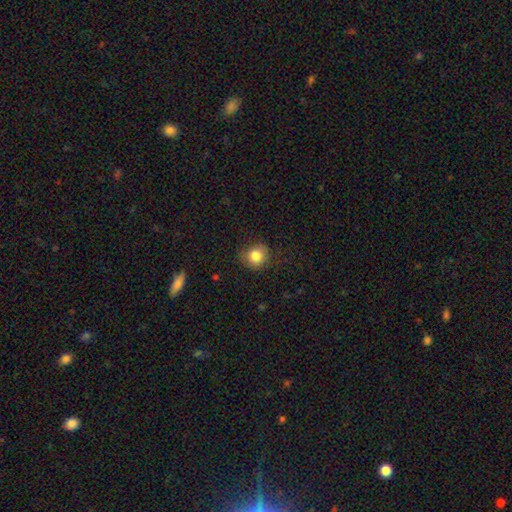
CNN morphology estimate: This is clearly a smooth galaxy (84%). How rounded: clearly round (83%). Merging: likely none (79%).